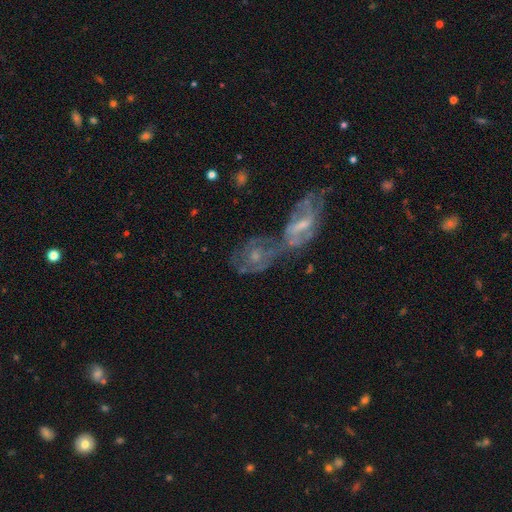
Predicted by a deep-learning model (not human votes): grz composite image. It shows a featured or disk galaxy (67%) with no bar (65%), spiral arms (62%) and a moderate central bulge (46%). Merging: merger (67%).